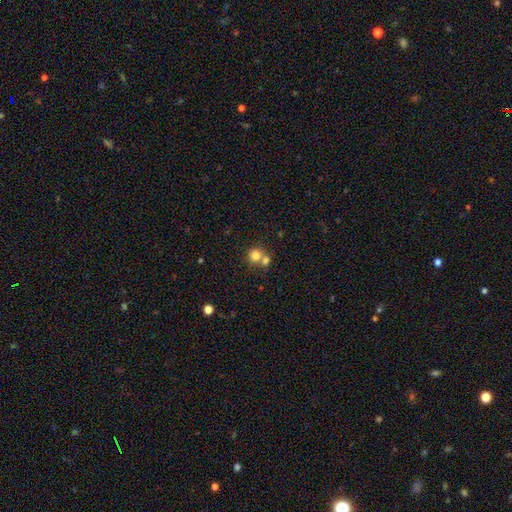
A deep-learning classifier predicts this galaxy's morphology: smooth_or_featured: smooth (p=0.78) [alt: featured or disk p=0.11]
how_rounded: round (p=0.87) [alt: in between p=0.12]
merging: merger (p=0.46) [alt: none p=0.45]